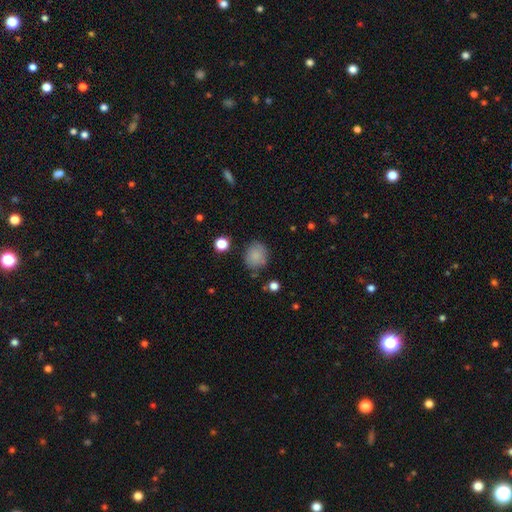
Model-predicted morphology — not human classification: Smooth or featured?
  - smooth: 85% *
  - star or artifact: 10%
  - featured or disk: 6%
How rounded?
  - round: 74% *
  - in between: 26%
  - cigar-shaped: 1%
Merging?
  - none: 78% *
  - minor disturbance: 14%
  - major disturbance: 4%
  - merger: 3%